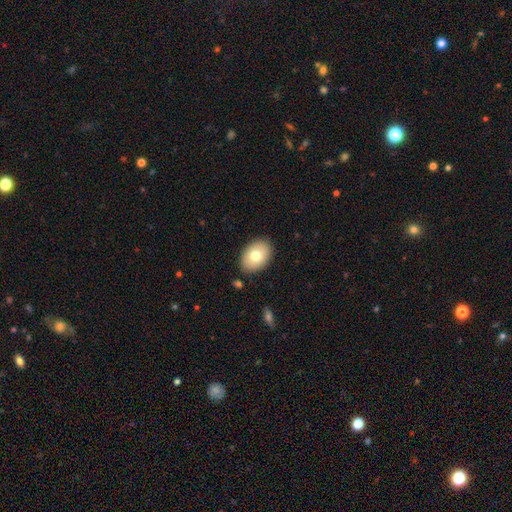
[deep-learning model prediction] Q: Smooth or featured?
A: smooth (75%); runner-up: featured or disk (18%)
Q: How rounded?
A: in between (83%); runner-up: round (15%)
Q: Merging?
A: none (87%); runner-up: minor disturbance (9%)